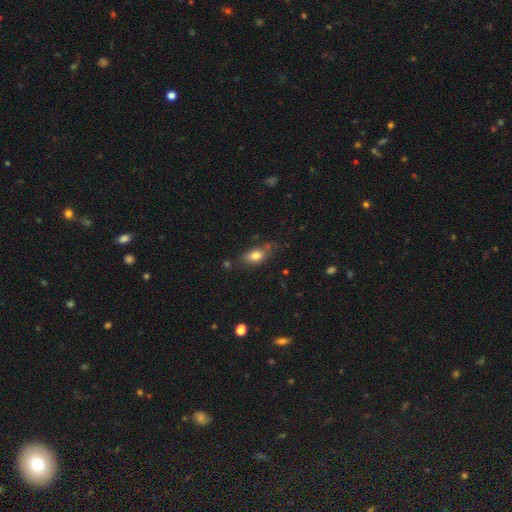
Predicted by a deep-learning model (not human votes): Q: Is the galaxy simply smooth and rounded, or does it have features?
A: smooth — 76%.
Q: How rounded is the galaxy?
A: in between — 83%.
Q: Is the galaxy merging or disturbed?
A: none — 64%.